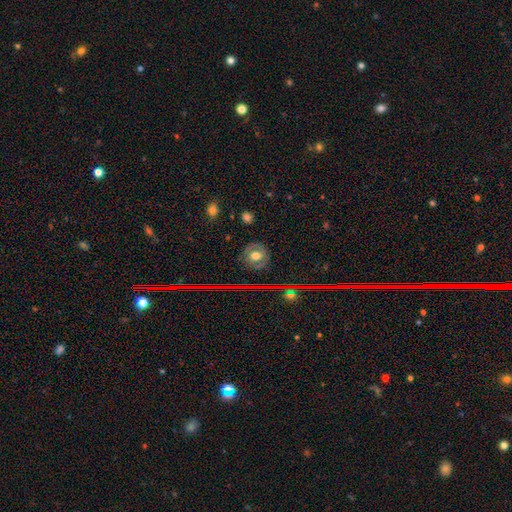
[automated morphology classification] Smooth or featured? smooth (46%)
Merging? none (82%)